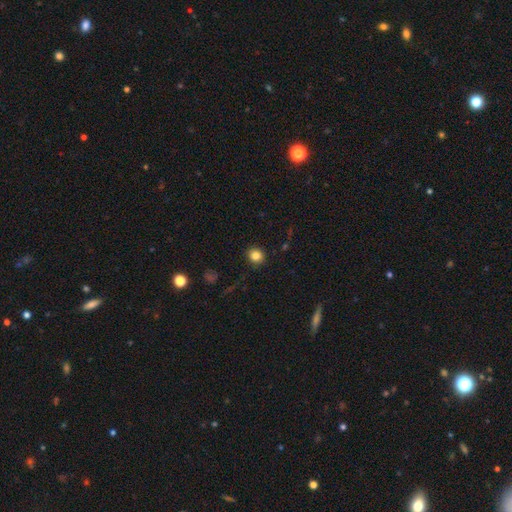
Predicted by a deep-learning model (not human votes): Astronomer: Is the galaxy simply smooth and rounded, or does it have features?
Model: smooth — 83%.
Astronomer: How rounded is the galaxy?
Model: round — 86%.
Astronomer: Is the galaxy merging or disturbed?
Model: none — 90%.